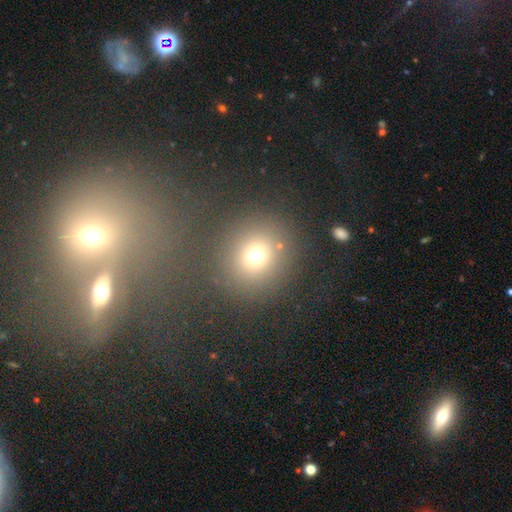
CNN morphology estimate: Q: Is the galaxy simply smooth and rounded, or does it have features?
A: smooth — 71%.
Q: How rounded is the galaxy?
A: round — 86%.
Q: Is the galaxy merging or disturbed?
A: none — 74%.